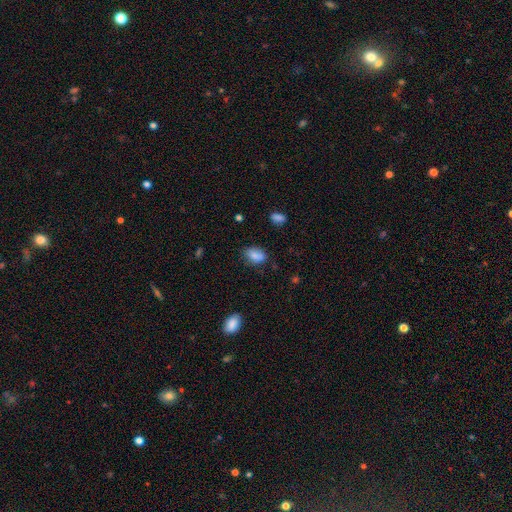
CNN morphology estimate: smooth 81%, featured or disk 10%, star or artifact 9%. Down the decision tree: how rounded — in between (84%); merging — none (65%).